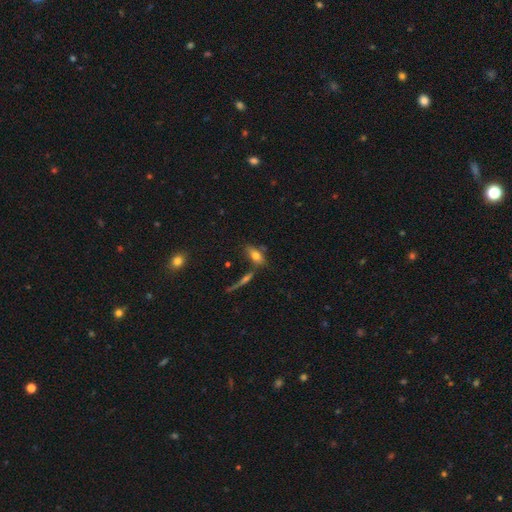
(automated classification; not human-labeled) This is likely a smooth galaxy (65%). How rounded: likely in between (77%). Merging: likely none (62%).